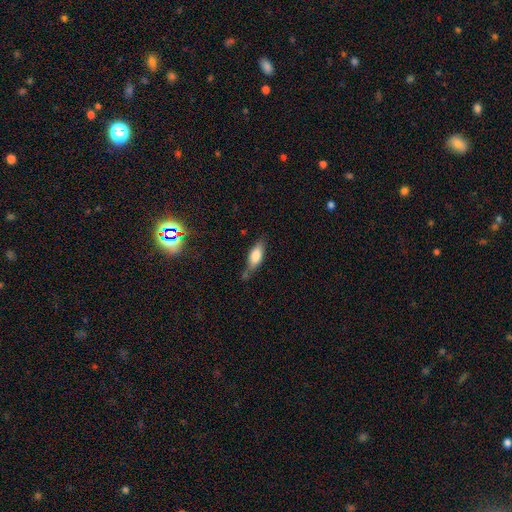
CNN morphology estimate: Smooth or featured?
  - smooth: 73% *
  - featured or disk: 19%
  - star or artifact: 8%
How rounded?
  - in between: 71% *
  - cigar-shaped: 27%
  - round: 3%
Merging?
  - none: 60% *
  - minor disturbance: 26%
  - merger: 7%
  - major disturbance: 6%